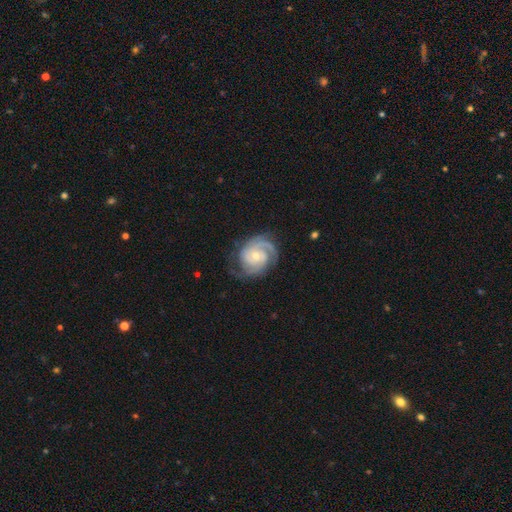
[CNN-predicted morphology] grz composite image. It shows a featured or disk galaxy (91%) with no bar (65%), 2 (42%) tight (64%) spiral arms (98%) and a small central bulge (53%). Merging: none (74%).